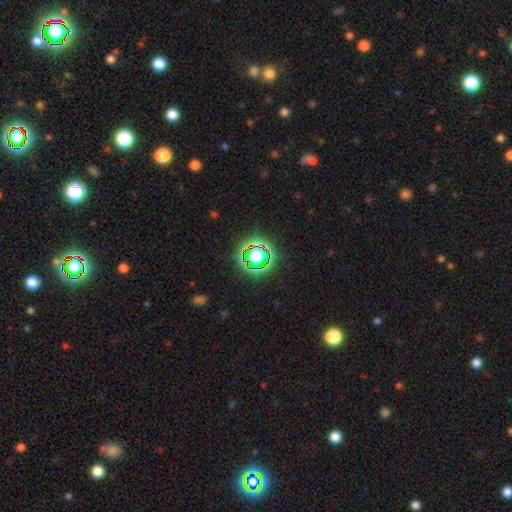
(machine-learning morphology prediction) smooth-or-featured: star or artifact: 68% | smooth: 20% | featured or disk: 12%